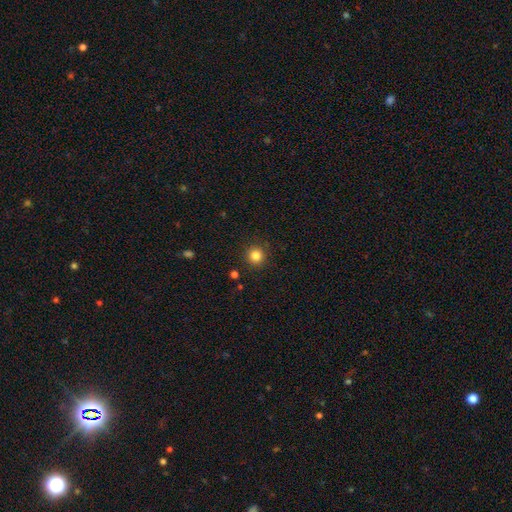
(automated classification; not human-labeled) Smooth or featured? Predicted: smooth (p=0.83). How rounded? Predicted: round (p=0.94). Merging? Predicted: none (p=0.90).